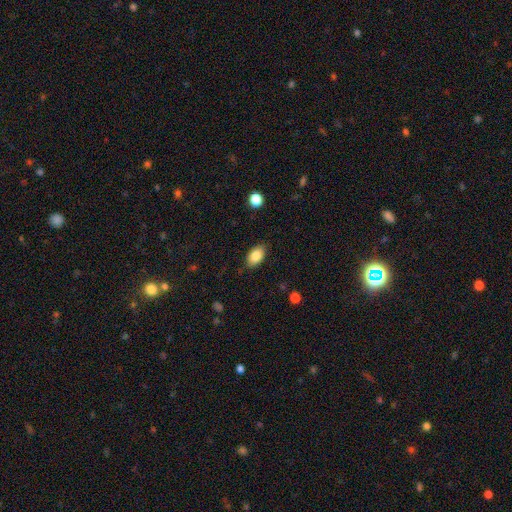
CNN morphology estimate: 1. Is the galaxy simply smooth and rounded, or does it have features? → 87% smooth, 7% star or artifact, 6% featured or disk.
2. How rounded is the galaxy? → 91% in between, 7% round, 1% cigar-shaped.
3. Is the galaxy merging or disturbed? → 84% none, 12% minor disturbance, 3% major disturbance, 1% merger.